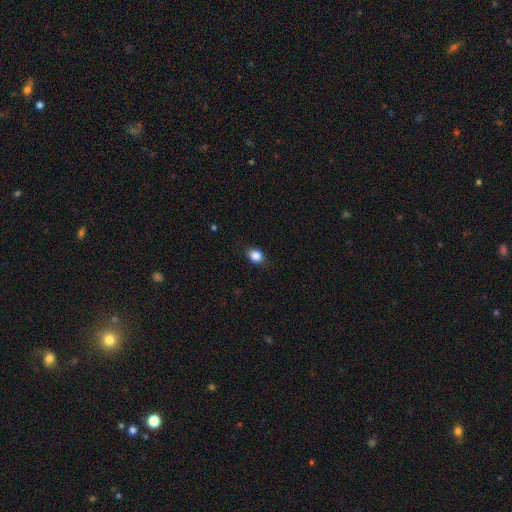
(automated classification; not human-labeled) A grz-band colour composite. It shows a smooth galaxy with no disk features (87%) that is in between round and cigar-shaped (57%). Merging: none (85%).